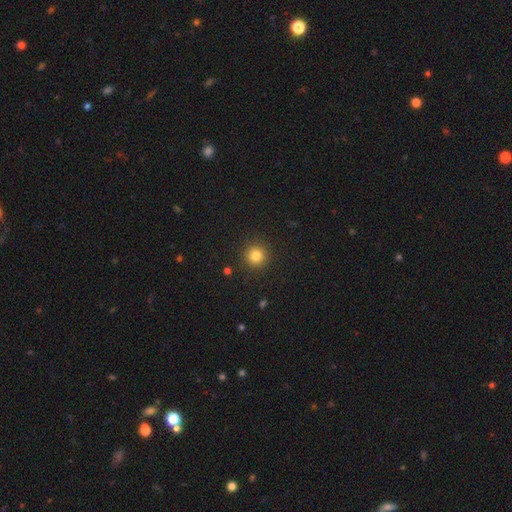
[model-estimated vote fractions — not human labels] Smooth or featured: smooth — 83% (star or artifact — 12%)
How rounded: round — 95% (in between — 5%)
Merging: none — 91% (minor disturbance — 6%)